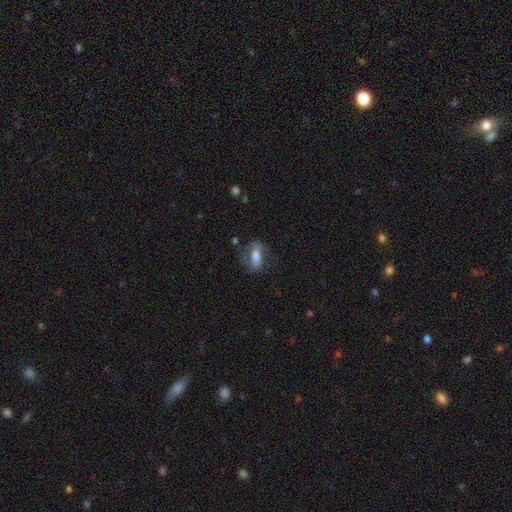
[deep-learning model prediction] Morphology: type=featured or disk (48%); merging=none (61%).